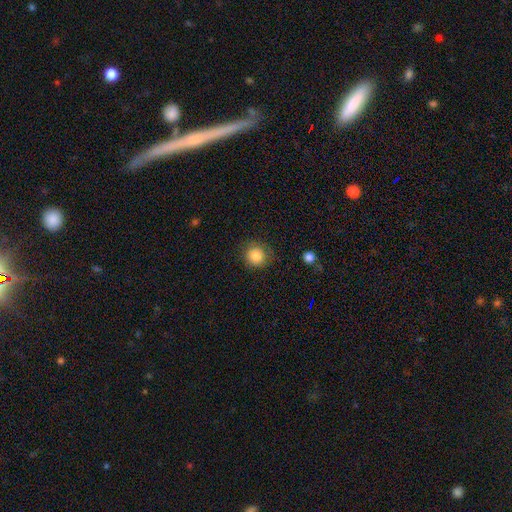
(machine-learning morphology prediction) smooth_or_featured: smooth (p=0.85) [alt: star or artifact p=0.10]
how_rounded: round (p=0.90) [alt: in between p=0.09]
merging: none (p=0.80) [alt: minor disturbance p=0.14]